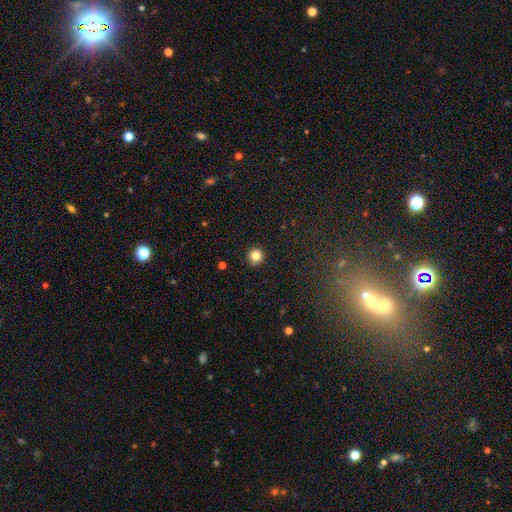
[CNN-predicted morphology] Smooth or featured? Predicted: smooth (p=0.84). How rounded? Predicted: round (p=0.94). Merging? Predicted: none (p=0.92).